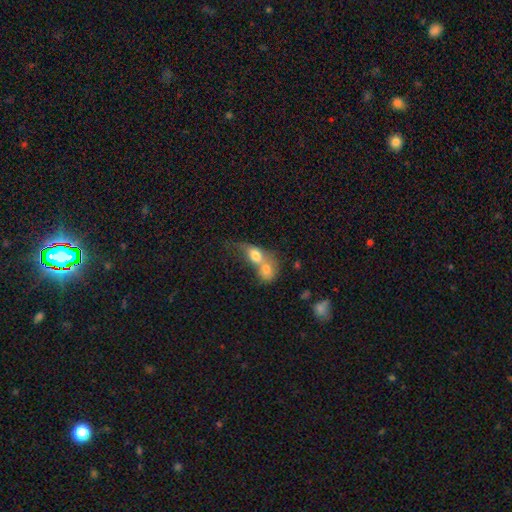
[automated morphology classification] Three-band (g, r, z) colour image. It shows a smooth galaxy with no disk features (72%) that is in between round and cigar-shaped (58%). Merging: merger (80%).